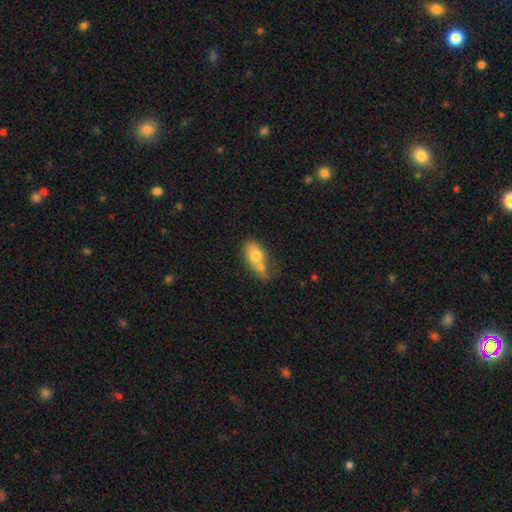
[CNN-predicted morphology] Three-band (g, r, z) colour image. It shows a smooth galaxy with no disk features (71%) that is in between round and cigar-shaped (79%). Merging: merger (53%).